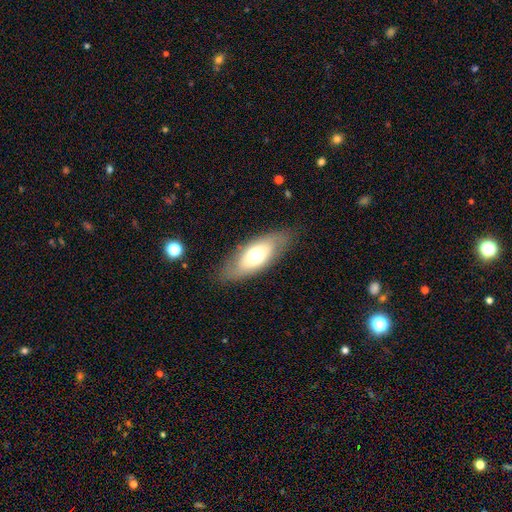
Smooth or featured: smooth — 51% (featured or disk — 44%)
How rounded: in between — 65% (cigar-shaped — 30%)
Merging: none — 84% (minor disturbance — 11%)